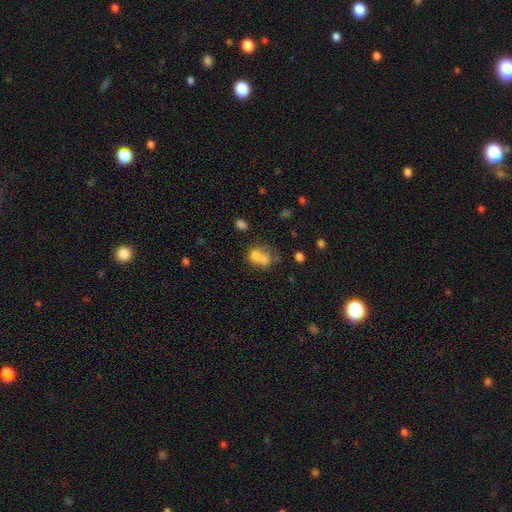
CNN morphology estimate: Overall: smooth (68%). How rounded: round (58%; in between 41%). Merging: merger (62%; none 25%).